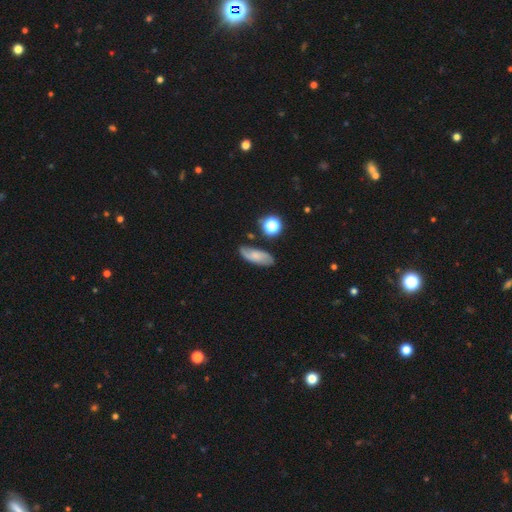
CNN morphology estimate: smooth_or_featured: featured or disk (p=0.46) [alt: smooth p=0.43]
merging: none (p=0.75) [alt: minor disturbance p=0.17]